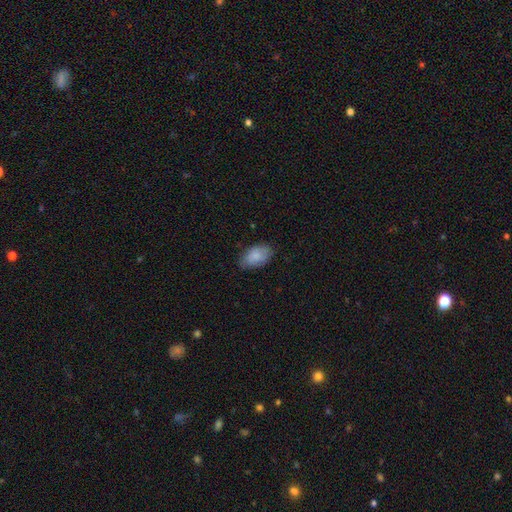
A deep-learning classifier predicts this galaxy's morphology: Overall: smooth (82%). How rounded: in between (93%). Merging: none (75%).